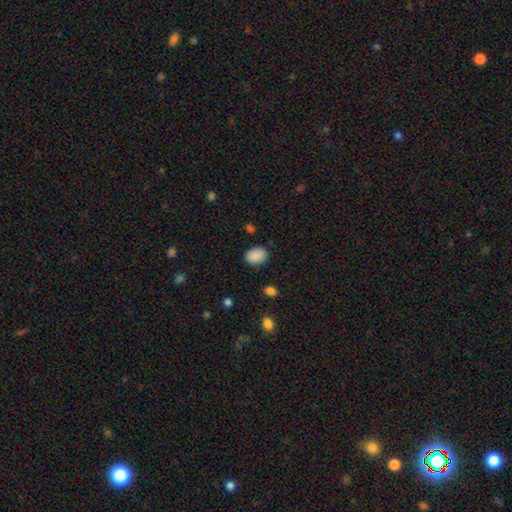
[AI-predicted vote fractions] Smooth or featured: smooth — 89% (star or artifact — 8%)
How rounded: in between — 70% (round — 29%)
Merging: none — 85% (minor disturbance — 11%)